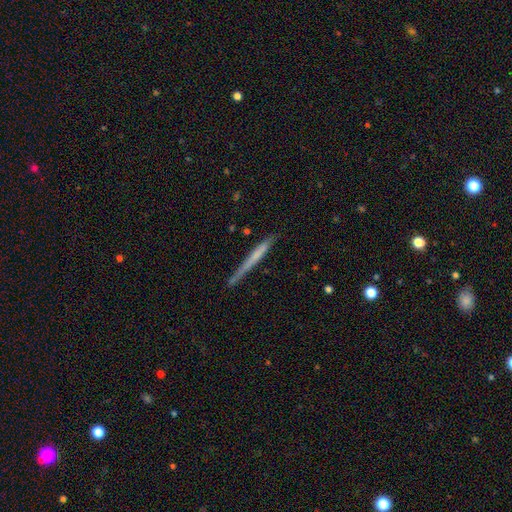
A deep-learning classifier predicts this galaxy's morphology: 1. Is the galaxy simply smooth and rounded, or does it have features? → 52% smooth, 42% featured or disk, 6% star or artifact.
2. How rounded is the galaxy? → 97% cigar-shaped, 2% in between, 1% round.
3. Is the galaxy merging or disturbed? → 79% none, 16% minor disturbance, 3% major disturbance, 2% merger.